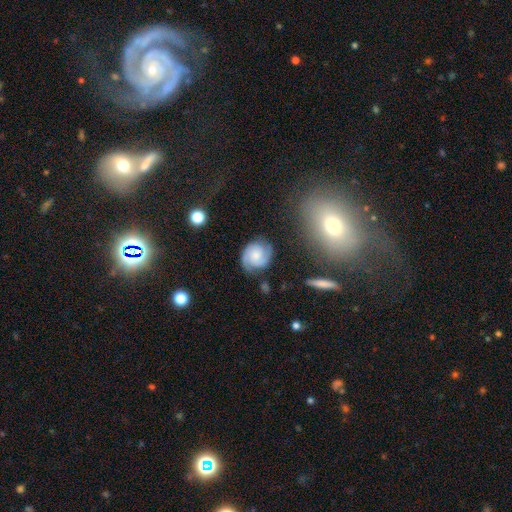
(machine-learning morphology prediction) A featured or disk galaxy (76%) with no bar (69%), 2 (63%) tight (52%) spiral arms (97%) and a small central bulge (45%). Merging: none (76%).